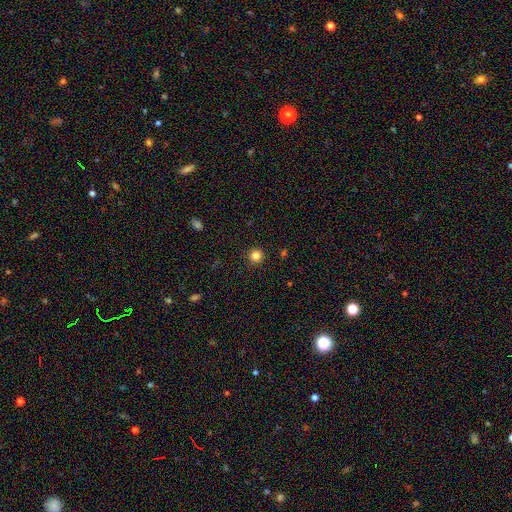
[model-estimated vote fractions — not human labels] This is clearly a smooth galaxy (83%). How rounded: clearly round (96%). Merging: clearly none (92%).